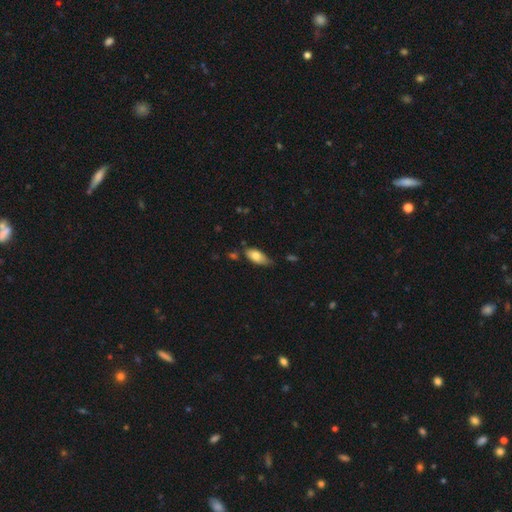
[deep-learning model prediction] Overall: smooth (78%). How rounded: in between (89%). Merging: none (57%; minor disturbance 32%).